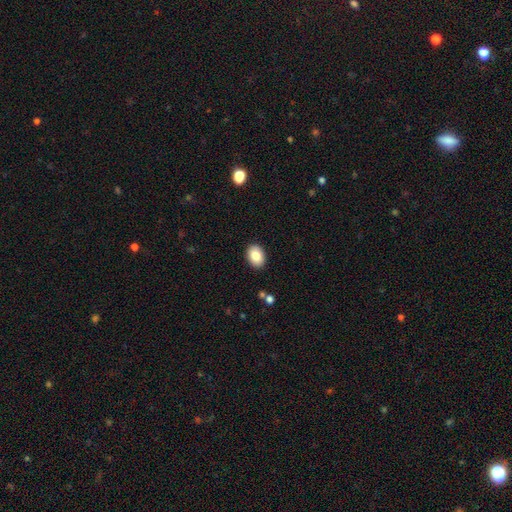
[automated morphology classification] This appears to be a smooth galaxy with no disk features (85%) that is in between round and cigar-shaped (77%). Merging: none (90%).